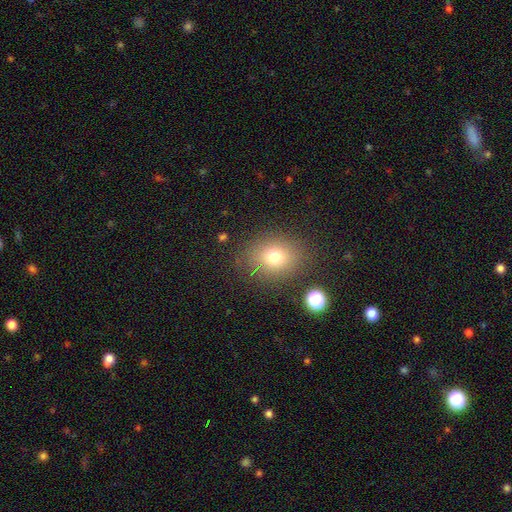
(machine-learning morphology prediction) Smooth or featured? Predicted: smooth (p=0.69). How rounded? Predicted: in between (p=0.50). Merging? Predicted: none (p=0.85).